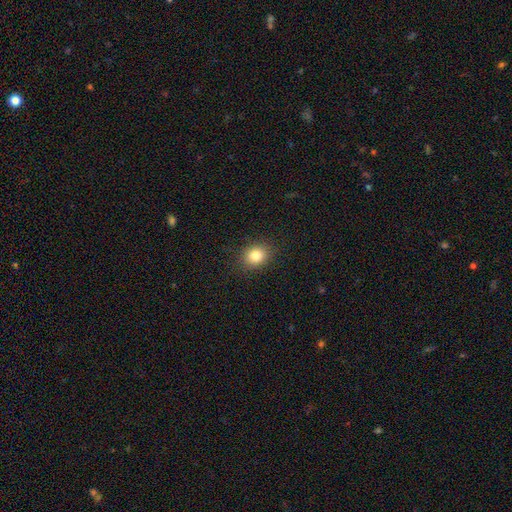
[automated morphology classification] A smooth galaxy with no disk features (82%) that is round (56%). Merging: none (88%).